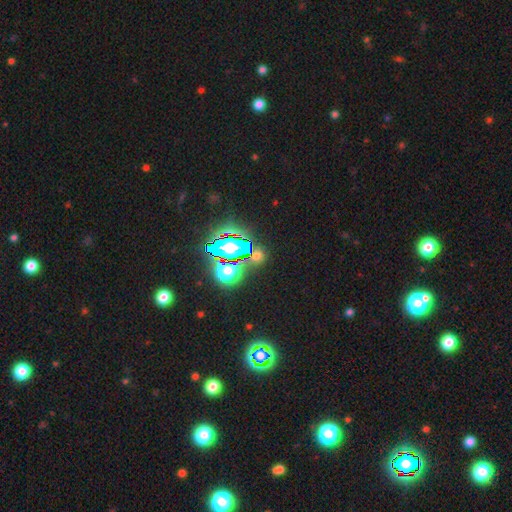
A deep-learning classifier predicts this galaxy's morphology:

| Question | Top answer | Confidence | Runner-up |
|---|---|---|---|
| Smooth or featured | star or artifact | 60% | smooth (30%) |